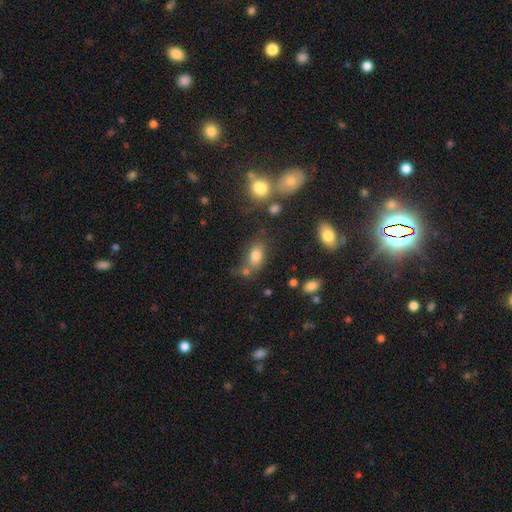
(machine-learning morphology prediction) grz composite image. It shows a smooth galaxy with no disk features (76%) that is in between round and cigar-shaped (82%). Merging: none (57%).